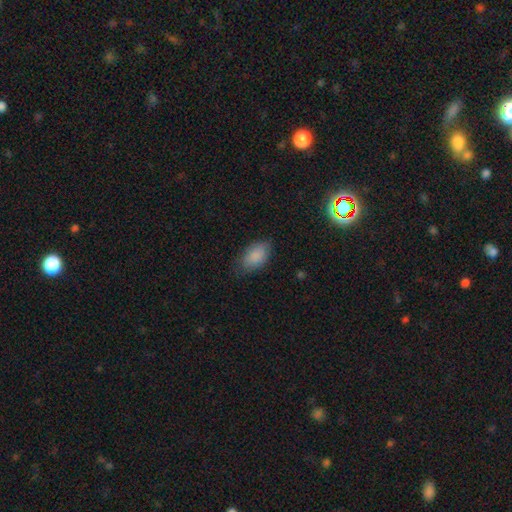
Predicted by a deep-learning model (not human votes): smooth-or-featured: smooth: 88% | star or artifact: 7% | featured or disk: 5%
  how-rounded: in between: 92% | round: 6% | cigar-shaped: 2%
  merging: none: 76% | minor disturbance: 19% | major disturbance: 4% | merger: 1%